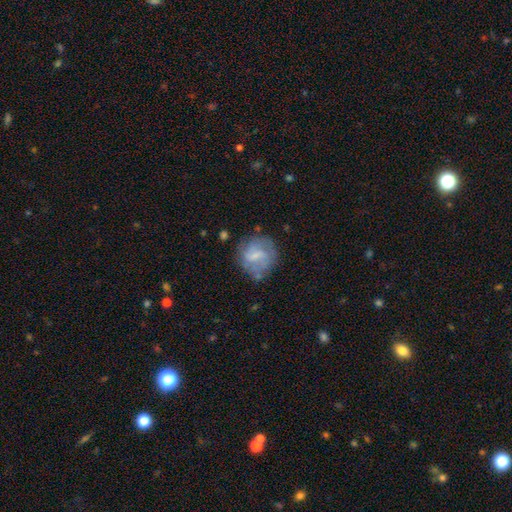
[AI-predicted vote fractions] Smooth or featured? Predicted: featured or disk (p=0.47). Merging? Predicted: none (p=0.62).